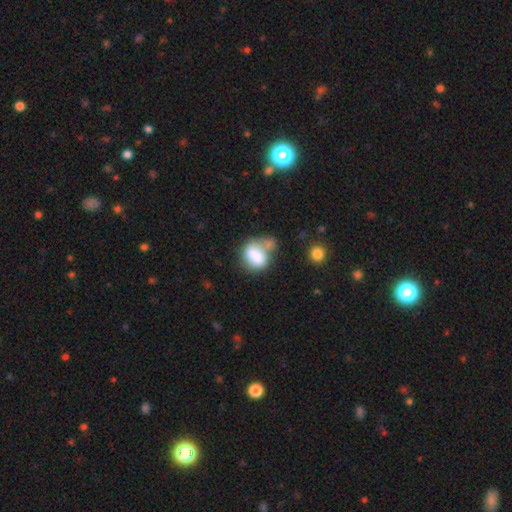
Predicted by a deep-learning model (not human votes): Overall: smooth (74%). How rounded: in between (62%; round 35%). Merging: merger (36%; none 32%).